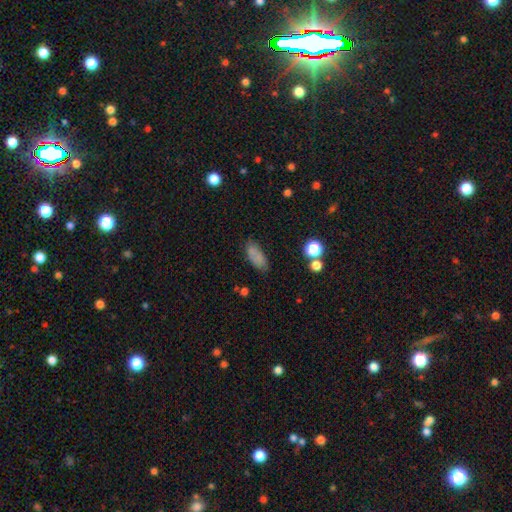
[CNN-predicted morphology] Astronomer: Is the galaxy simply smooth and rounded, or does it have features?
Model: smooth — 80%.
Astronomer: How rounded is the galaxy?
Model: in between — 82%.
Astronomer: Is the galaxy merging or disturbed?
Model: none — 74%.